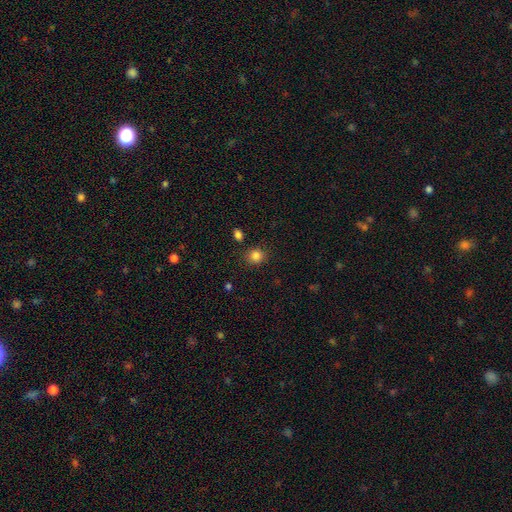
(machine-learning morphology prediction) A smooth galaxy with no disk features (84%) that is round (79%).

Vote fractions:
- Smooth or featured? smooth: 84% / star or artifact: 12% / featured or disk: 5%
- How rounded? round: 79% / in between: 20% / cigar-shaped: 1%
- Merging? none: 85% / minor disturbance: 9% / merger: 3% / major disturbance: 3%